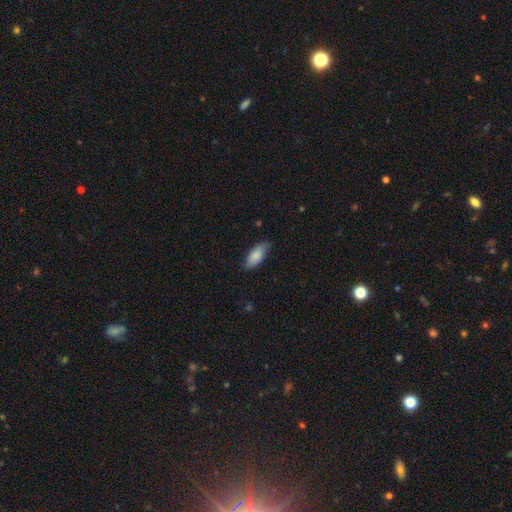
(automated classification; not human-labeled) This appears to be a smooth galaxy with no disk features (82%) that is in between round and cigar-shaped (87%). Merging: none (73%).